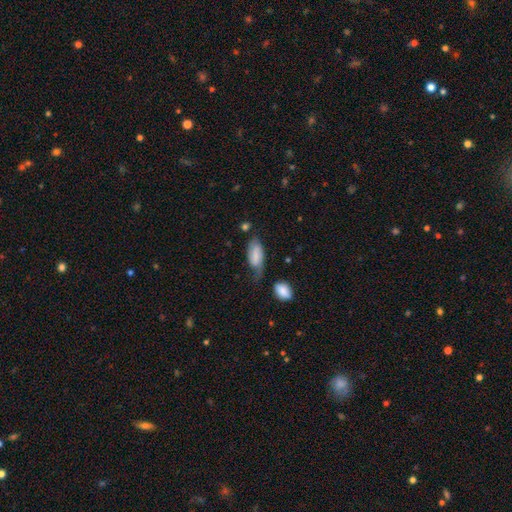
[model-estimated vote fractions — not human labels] smooth 64%, featured or disk 29%, star or artifact 7%. Down the decision tree: how rounded — in between (87%); merging — none (40%).